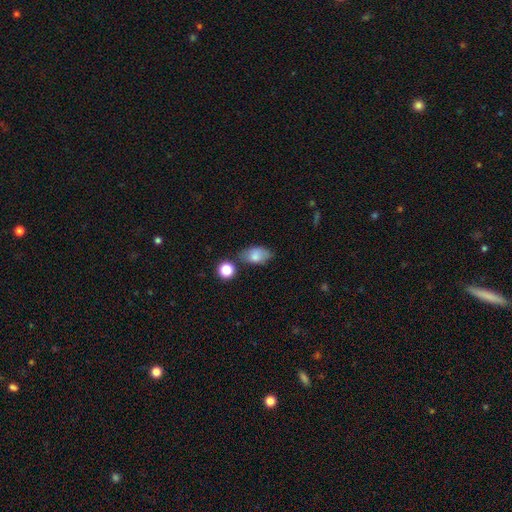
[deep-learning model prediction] A smooth galaxy with no disk features (80%) that is in between round and cigar-shaped (89%).

Vote fractions:
- Smooth or featured? smooth: 80% / featured or disk: 12% / star or artifact: 8%
- How rounded? in between: 89% / round: 9% / cigar-shaped: 2%
- Merging? none: 65% / minor disturbance: 21% / merger: 9% / major disturbance: 6%